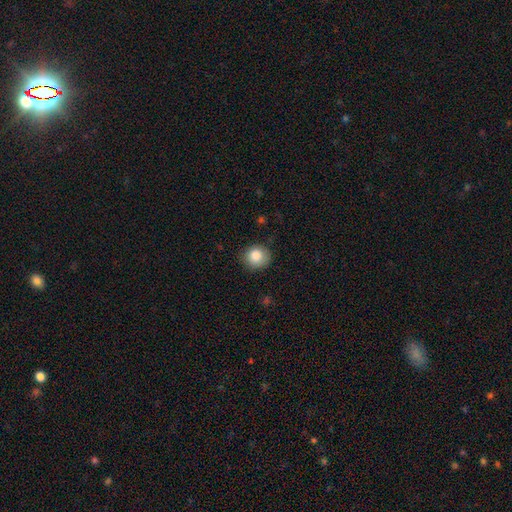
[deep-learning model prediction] smooth_or_featured: smooth (p=0.85) [alt: star or artifact p=0.09]
how_rounded: round (p=0.85) [alt: in between p=0.14]
merging: none (p=0.82) [alt: minor disturbance p=0.14]